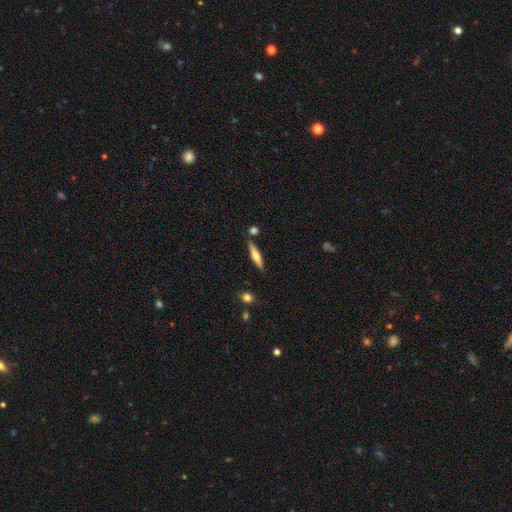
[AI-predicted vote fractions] Q: Smooth or featured?
A: smooth (51%); runner-up: featured or disk (43%)
Q: How rounded?
A: cigar-shaped (83%); runner-up: in between (15%)
Q: Merging?
A: none (83%); runner-up: minor disturbance (10%)